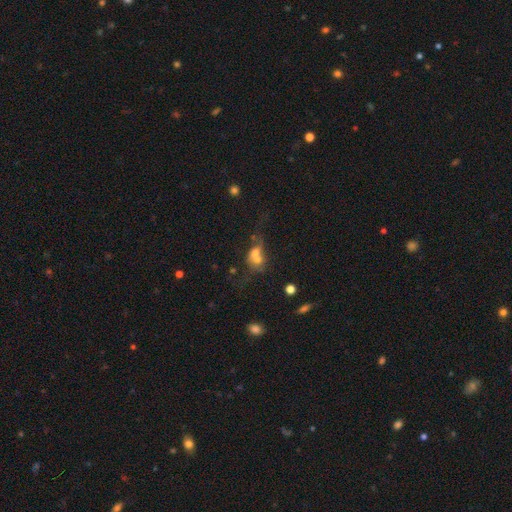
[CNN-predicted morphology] This is possibly a smooth galaxy (58%). How rounded: possibly in between (52%). Merging: likely merger (65%).